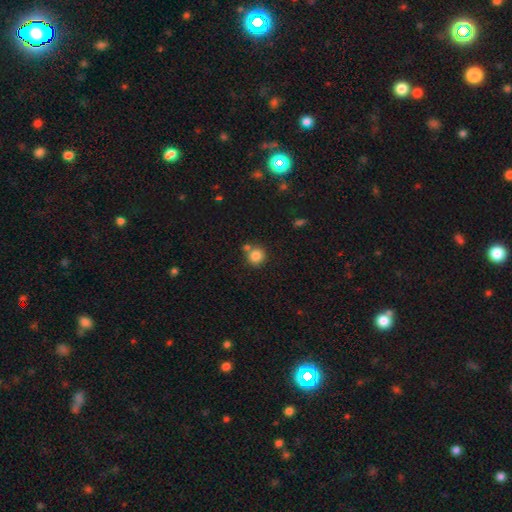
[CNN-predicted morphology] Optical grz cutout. It shows a smooth galaxy with no disk features (83%) that is round (90%). Merging: none (68%).